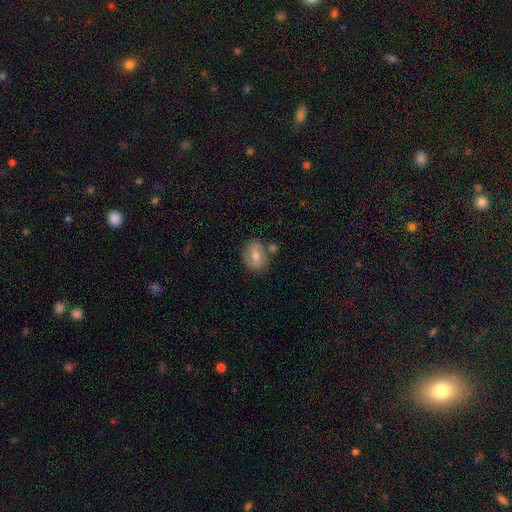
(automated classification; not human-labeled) Smooth or featured? Predicted: smooth (p=0.60). How rounded? Predicted: round (p=0.56). Merging? Predicted: none (p=0.72).